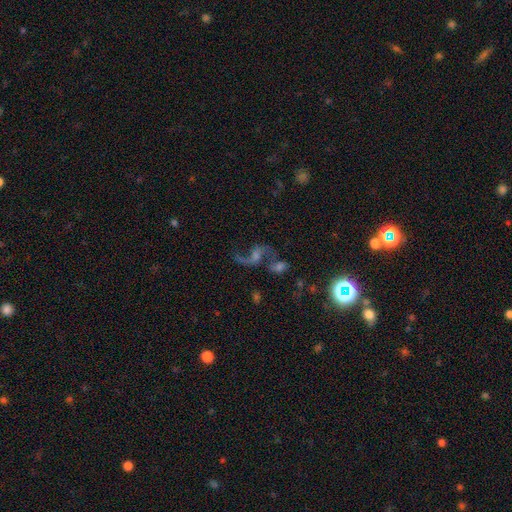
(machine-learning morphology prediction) featured or disk 68%, star or artifact 22%, smooth 10%. Down the decision tree: edge-on disk — no (96%); bar — no (51%); spiral arms — yes (92%); spiral arm count — 2 (88%); spiral winding — loose (73%); bulge size — moderate (43%); merging — none (52%).